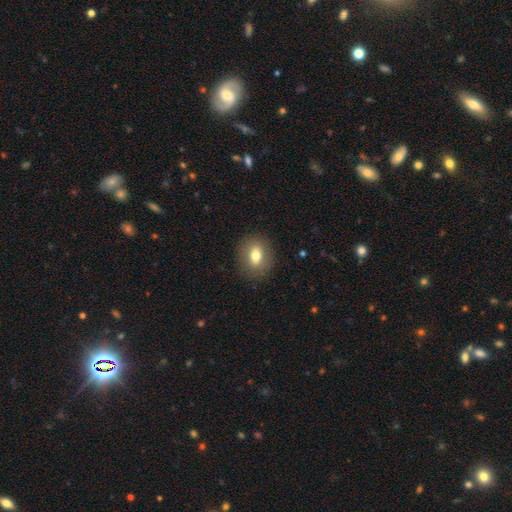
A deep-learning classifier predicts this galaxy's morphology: smooth 72%, featured or disk 19%, star or artifact 9%. Down the decision tree: how rounded — in between (55%); merging — none (87%).